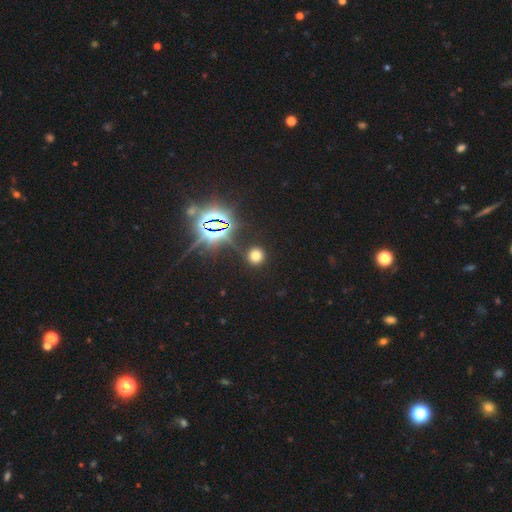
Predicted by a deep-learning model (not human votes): The model was most divided on "smooth or featured": smooth: 62%, star or artifact: 30%, featured or disk: 8%. More confident: how rounded — round (92%); merging — none (86%).